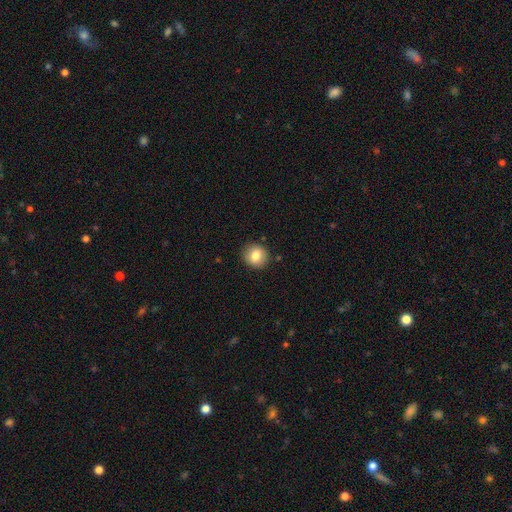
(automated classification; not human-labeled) smooth-or-featured: smooth: 81% | featured or disk: 10% | star or artifact: 9%
  how-rounded: round: 86% | in between: 13% | cigar-shaped: 1%
  merging: none: 89% | minor disturbance: 8% | major disturbance: 2% | merger: 1%